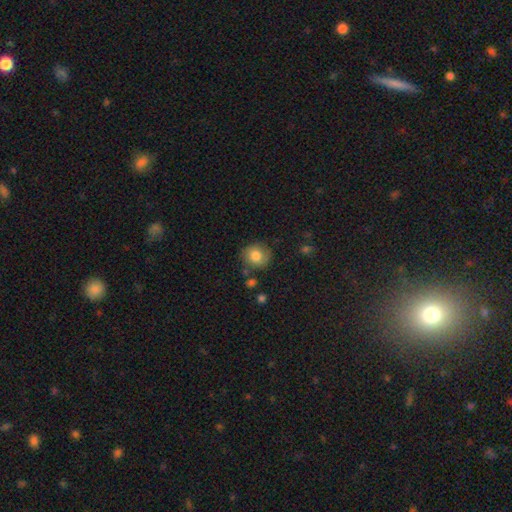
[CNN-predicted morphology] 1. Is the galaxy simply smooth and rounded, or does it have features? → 82% smooth, 9% featured or disk, 9% star or artifact.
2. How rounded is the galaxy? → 85% round, 14% in between, 1% cigar-shaped.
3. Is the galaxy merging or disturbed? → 79% none, 14% minor disturbance, 4% merger, 4% major disturbance.